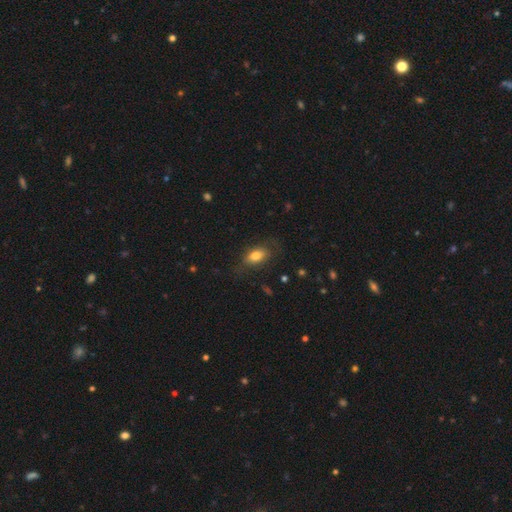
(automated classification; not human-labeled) Smooth or featured? smooth (76%)
How rounded? in between (87%)
Merging? none (67%)